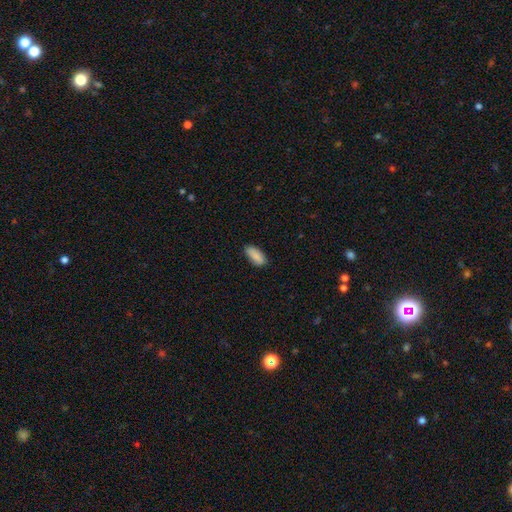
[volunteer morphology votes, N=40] Smooth or featured: smooth — 85% (star or artifact — 10%)
How rounded: in between — 85% (cigar-shaped — 12%)
Merging: none — 78% (minor disturbance — 19%)